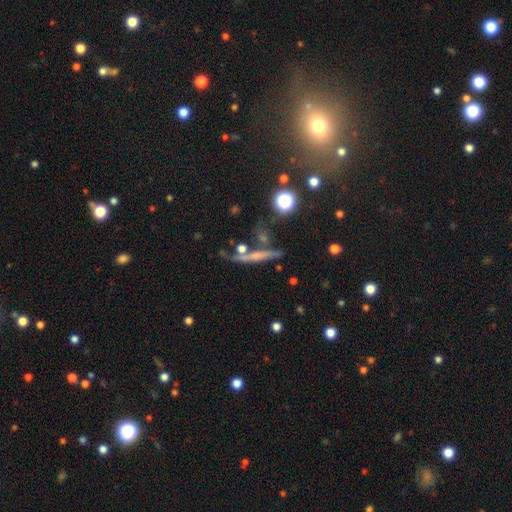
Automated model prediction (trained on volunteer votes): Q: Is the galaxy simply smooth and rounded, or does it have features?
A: featured or disk — 49%.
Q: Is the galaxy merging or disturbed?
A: none — 70%.